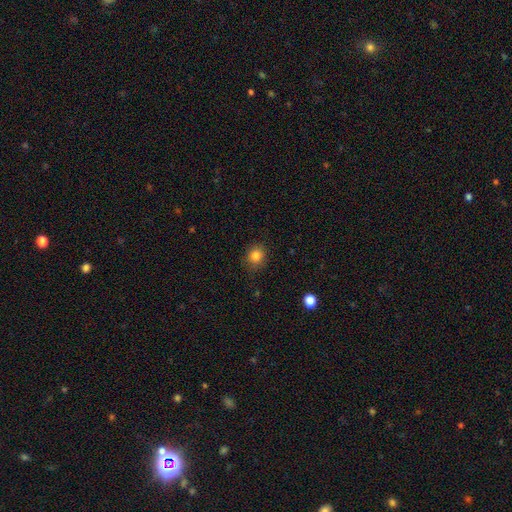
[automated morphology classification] type=smooth (83%); roundness=round (78%); merging=none (86%).